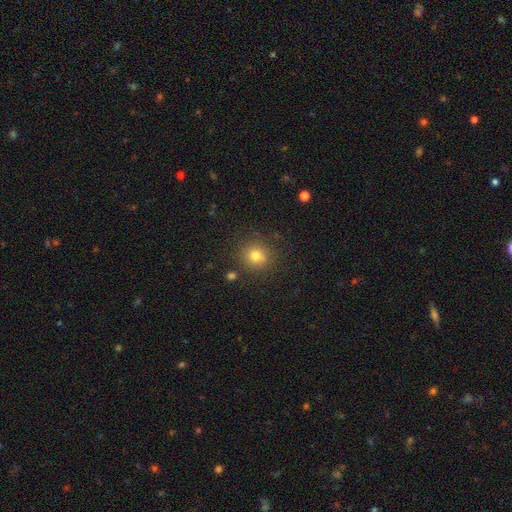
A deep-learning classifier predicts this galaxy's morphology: Smooth or featured?
  - smooth: 77% *
  - star or artifact: 15%
  - featured or disk: 8%
How rounded?
  - round: 88% *
  - in between: 11%
  - cigar-shaped: 1%
Merging?
  - none: 82% *
  - minor disturbance: 10%
  - merger: 5%
  - major disturbance: 3%